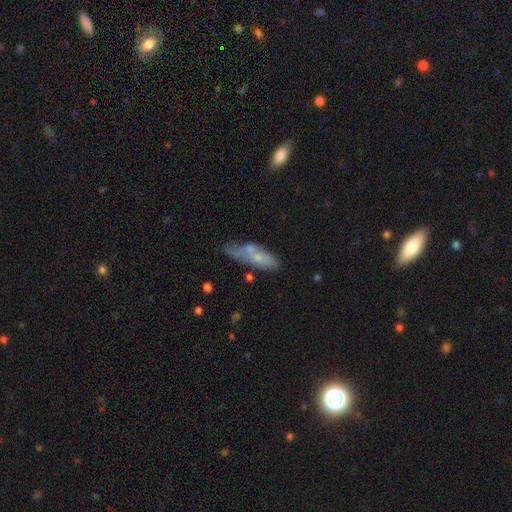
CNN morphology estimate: smooth_or_featured: smooth (p=0.60) [alt: featured or disk p=0.32]
how_rounded: cigar-shaped (p=0.50) [alt: in between p=0.47]
merging: none (p=0.44) [alt: minor disturbance p=0.29]